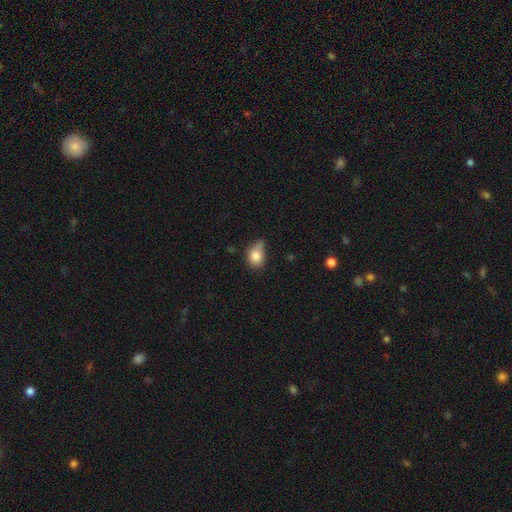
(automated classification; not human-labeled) Smooth or featured: smooth — 80% (featured or disk — 11%)
How rounded: in between — 56% (round — 42%)
Merging: minor disturbance — 41% (none — 36%)